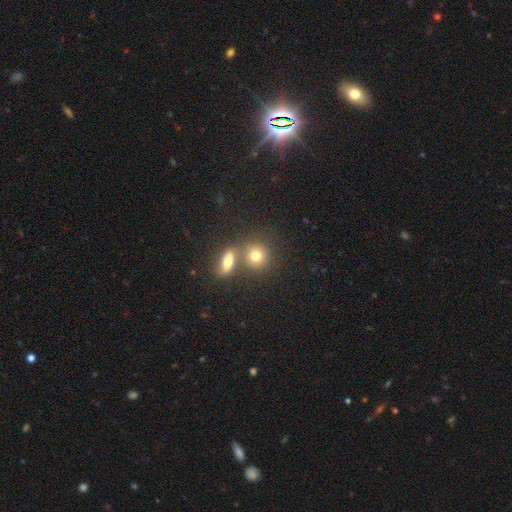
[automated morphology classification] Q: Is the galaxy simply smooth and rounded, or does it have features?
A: smooth — 76%.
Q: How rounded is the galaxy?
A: round — 79%.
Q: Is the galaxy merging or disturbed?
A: none — 58%.